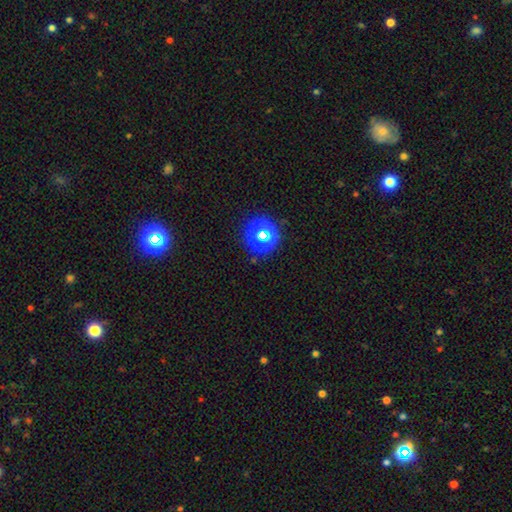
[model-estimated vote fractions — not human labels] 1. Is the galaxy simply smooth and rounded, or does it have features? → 58% star or artifact, 35% smooth, 7% featured or disk.